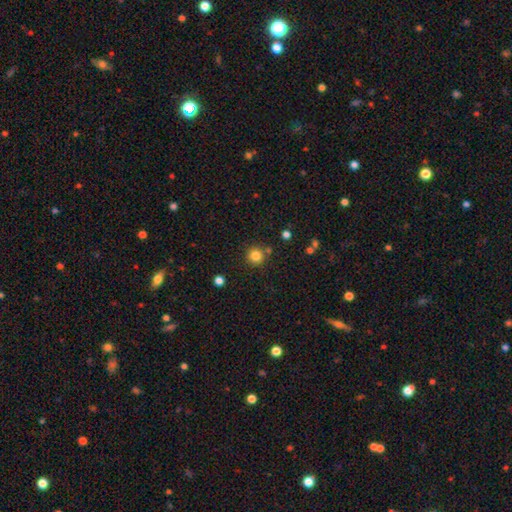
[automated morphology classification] smooth-or-featured: smooth: 82% | star or artifact: 13% | featured or disk: 5%
  how-rounded: round: 95% | in between: 4% | cigar-shaped: 1%
  merging: none: 84% | minor disturbance: 7% | merger: 6% | major disturbance: 2%